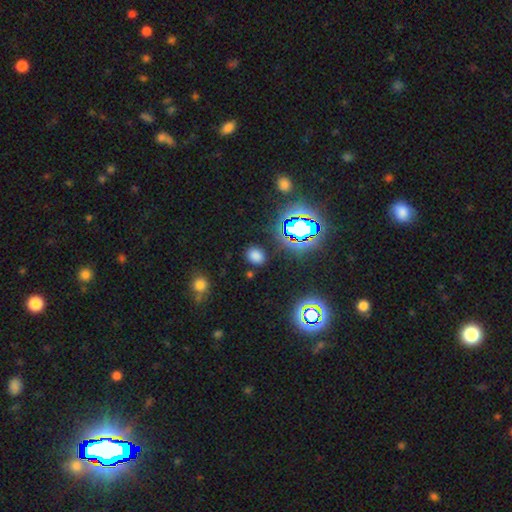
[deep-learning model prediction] smooth_or_featured: smooth (p=0.69) [alt: star or artifact p=0.25]
how_rounded: round (p=0.54) [alt: in between p=0.45]
merging: none (p=0.85) [alt: minor disturbance p=0.09]